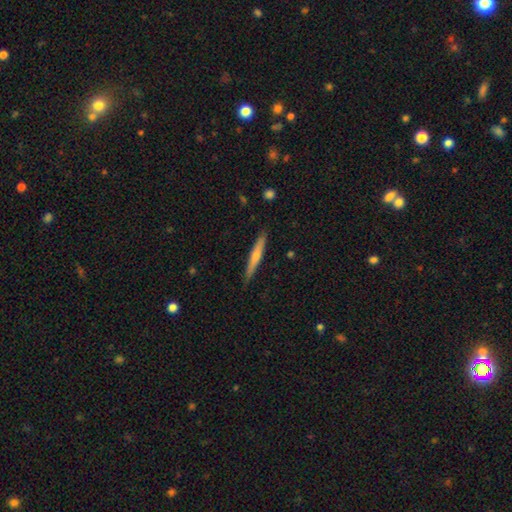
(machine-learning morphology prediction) smooth_or_featured: featured or disk (p=0.50) [alt: smooth p=0.45]
merging: none (p=0.89) [alt: minor disturbance p=0.08]